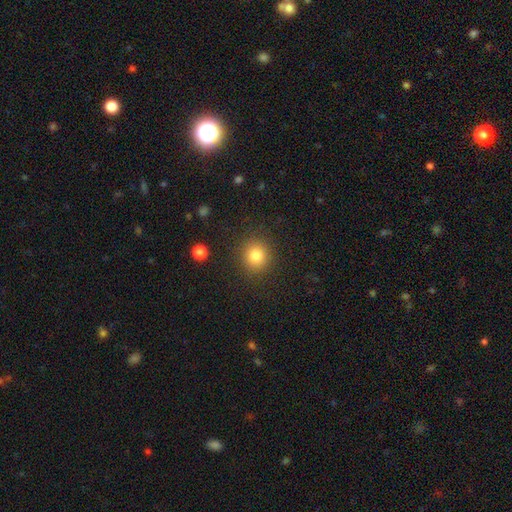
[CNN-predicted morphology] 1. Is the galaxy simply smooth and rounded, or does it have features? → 82% smooth, 12% star or artifact, 7% featured or disk.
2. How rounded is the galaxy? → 89% round, 10% in between, 1% cigar-shaped.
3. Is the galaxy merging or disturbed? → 89% none, 7% minor disturbance, 3% major disturbance, 1% merger.